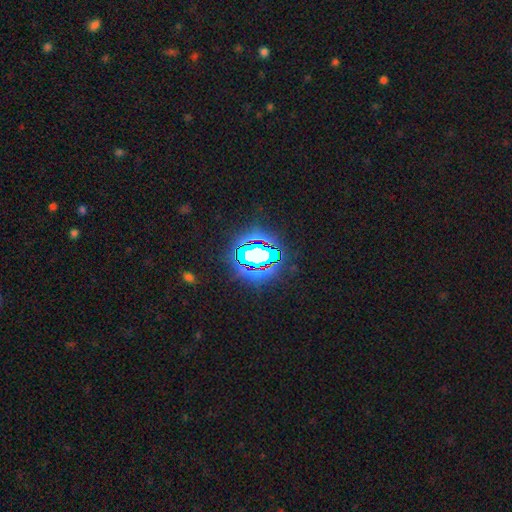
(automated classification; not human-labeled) Smooth or featured? Predicted: star or artifact (p=0.65).